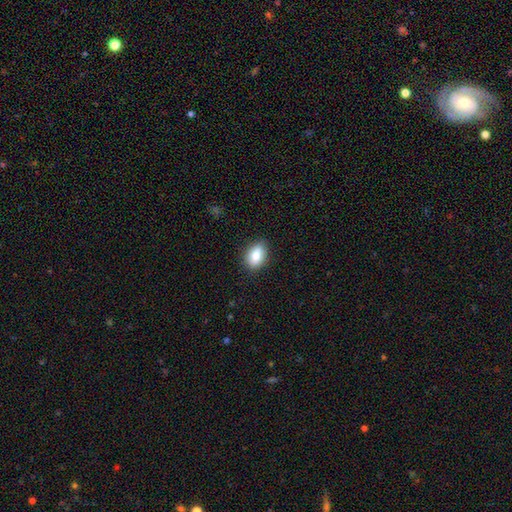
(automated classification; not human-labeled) Smooth or featured: smooth — 81% (featured or disk — 12%)
How rounded: in between — 84% (round — 14%)
Merging: none — 85% (minor disturbance — 12%)